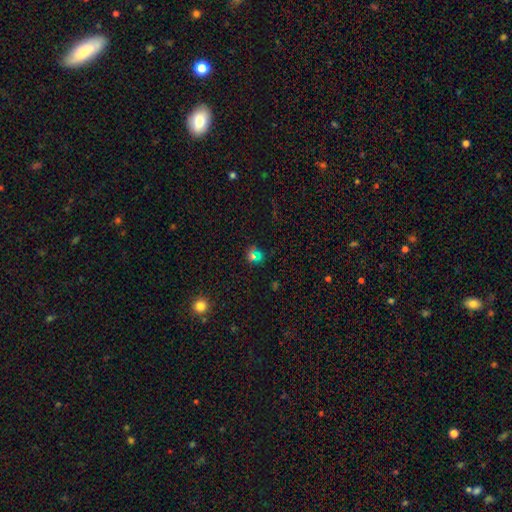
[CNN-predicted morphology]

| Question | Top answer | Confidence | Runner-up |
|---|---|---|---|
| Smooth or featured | smooth | 58% | star or artifact (32%) |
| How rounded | round | 81% | in between (17%) |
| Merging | none | 76% | minor disturbance (13%) |